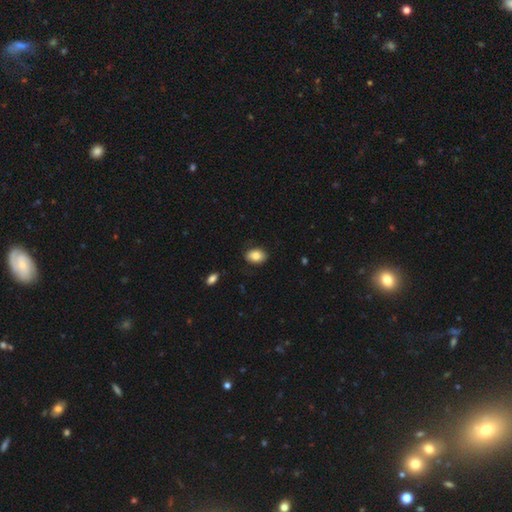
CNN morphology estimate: smooth 85%, star or artifact 8%, featured or disk 7%. Down the decision tree: how rounded — in between (81%); merging — none (84%).